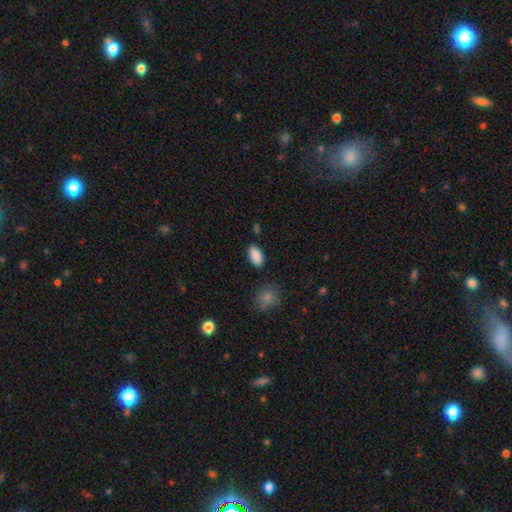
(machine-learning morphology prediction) type=smooth (89%); roundness=in between (94%); merging=none (86%).